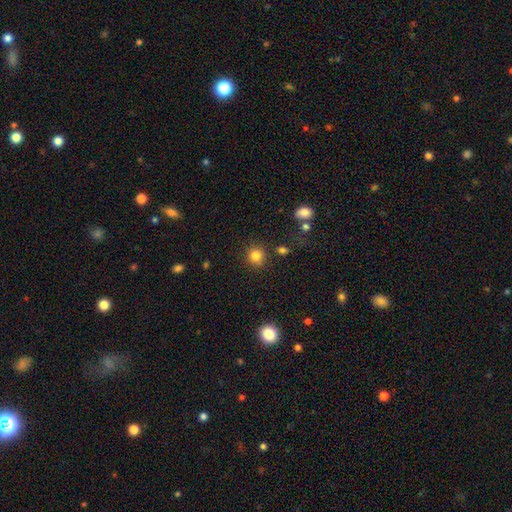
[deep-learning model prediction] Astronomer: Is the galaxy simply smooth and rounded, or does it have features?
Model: smooth — 83%.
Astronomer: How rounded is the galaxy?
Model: round — 88%.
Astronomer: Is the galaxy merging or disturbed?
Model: none — 85%.